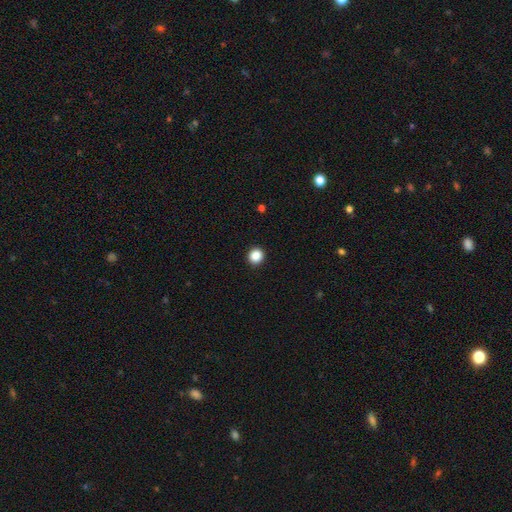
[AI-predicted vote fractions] A smooth galaxy with no disk features (87%) that is round (91%). Merging: none (93%).